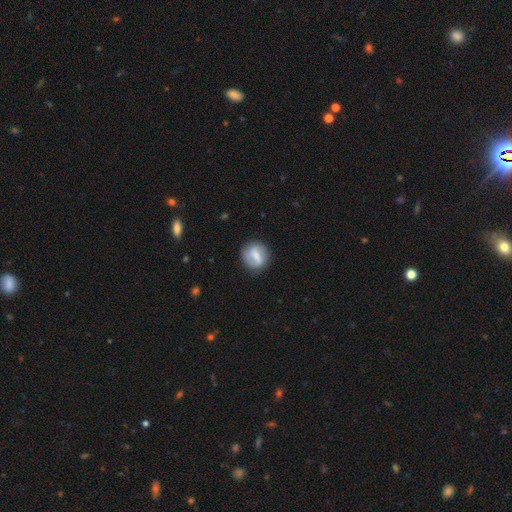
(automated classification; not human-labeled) This appears to be a smooth galaxy with no disk features (55%) that is round (76%). Merging: none (80%).